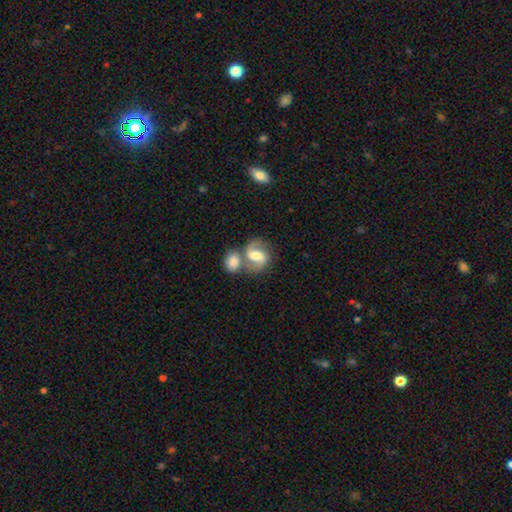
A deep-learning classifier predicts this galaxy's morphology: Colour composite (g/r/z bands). It shows a featured or disk galaxy (69%) with a weak bar (45%), 2 (90%) medium (54%) spiral arms (90%) and a moderate central bulge (63%). Merging: merger (43%).